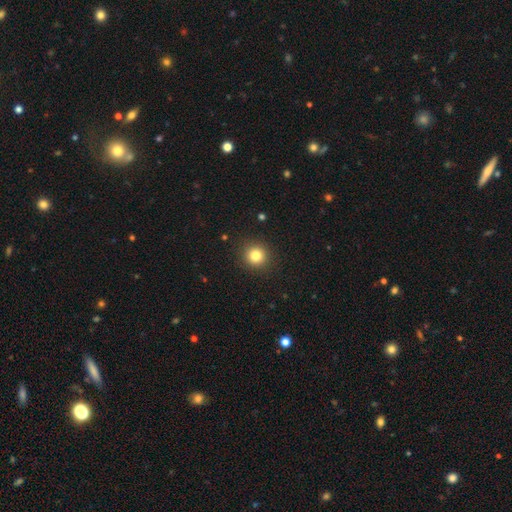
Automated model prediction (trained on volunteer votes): Smooth or featured?
  - smooth: 82% *
  - star or artifact: 12%
  - featured or disk: 6%
How rounded?
  - round: 94% *
  - in between: 5%
  - cigar-shaped: 1%
Merging?
  - none: 92% *
  - minor disturbance: 5%
  - major disturbance: 2%
  - merger: 1%